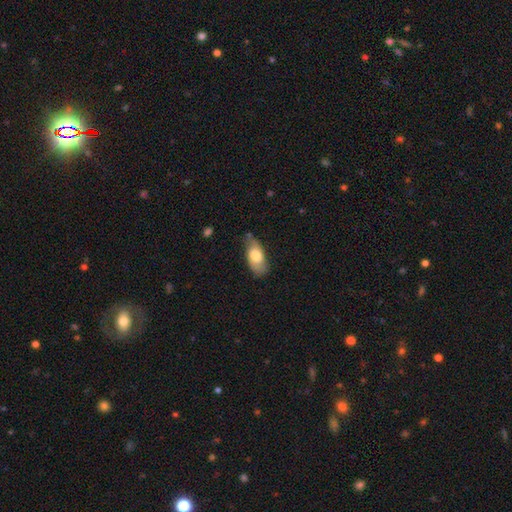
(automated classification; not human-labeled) Smooth or featured? Predicted: smooth (p=0.68). How rounded? Predicted: in between (p=0.90). Merging? Predicted: none (p=0.60).